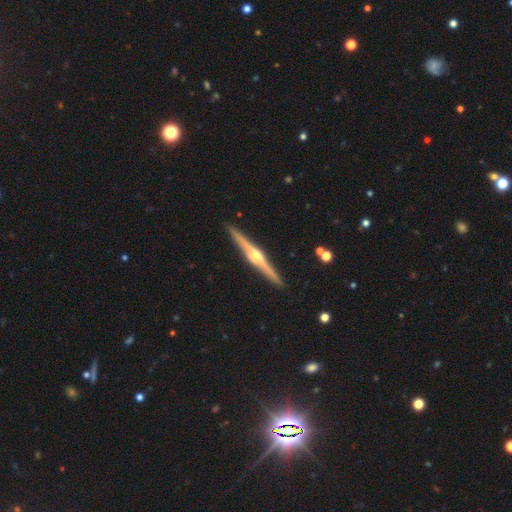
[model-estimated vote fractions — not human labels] Smooth or featured: featured or disk — 84% (smooth — 11%)
Edge-on disk: yes — 98% (no — 2%)
Edge-on bulge: rounded — 92% (boxy — 5%)
Merging: none — 92% (minor disturbance — 5%)